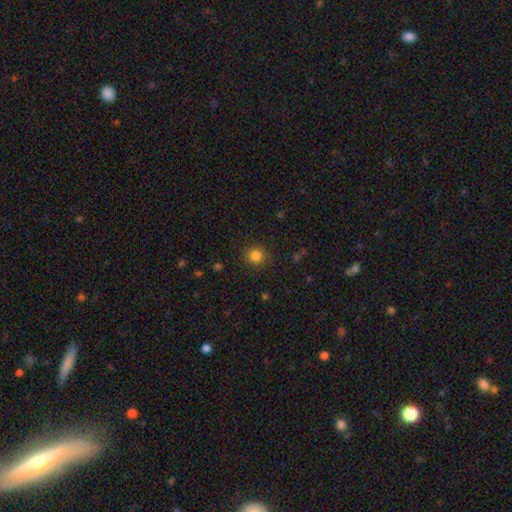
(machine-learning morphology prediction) Smooth or featured? Predicted: smooth (p=0.83). How rounded? Predicted: round (p=0.91). Merging? Predicted: none (p=0.90).